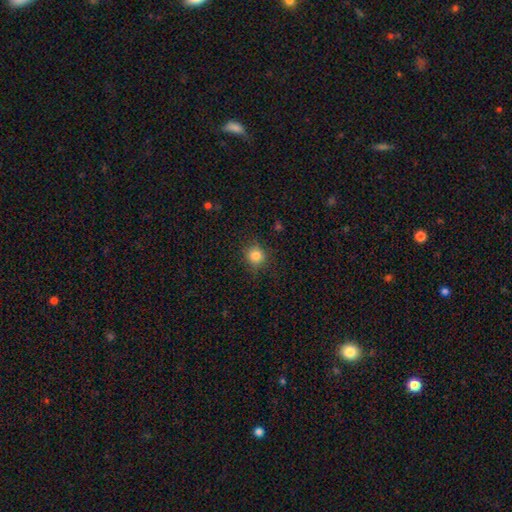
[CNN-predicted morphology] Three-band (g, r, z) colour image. It shows a smooth galaxy with no disk features (83%) that is round (91%). Merging: none (86%).